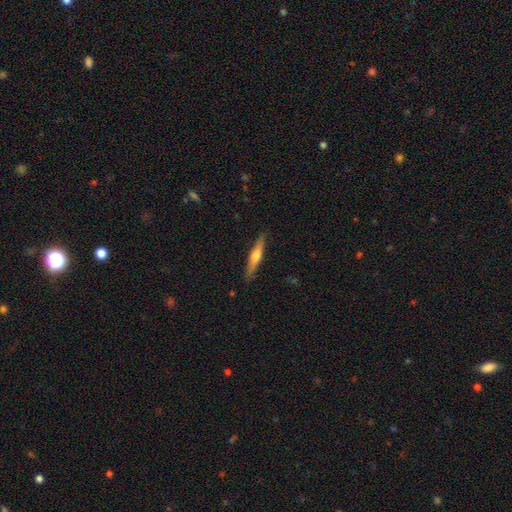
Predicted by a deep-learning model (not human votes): smooth-or-featured: featured or disk: 50% | smooth: 44% | star or artifact: 6%
  disk-edge-on: yes: 95% | no: 5%
  merging: none: 88% | minor disturbance: 9% | major disturbance: 2% | merger: 1%